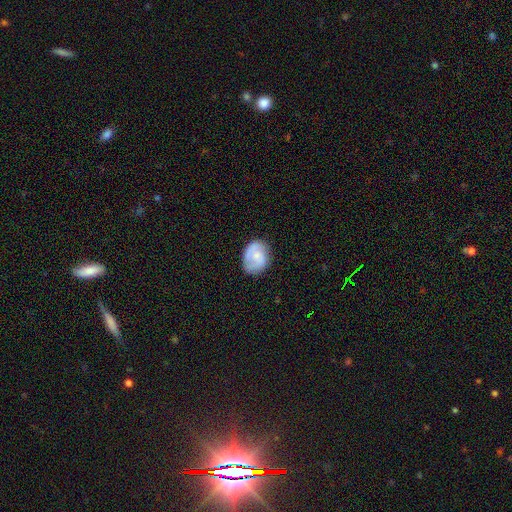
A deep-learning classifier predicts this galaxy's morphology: Overall: smooth (52%; featured or disk 41%). How rounded: in between (58%; round 41%). Merging: none (72%).